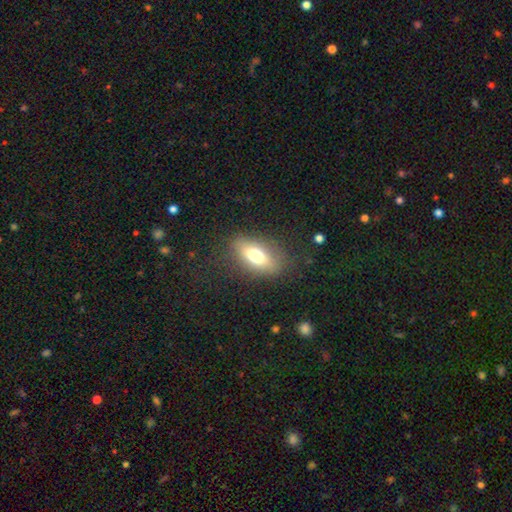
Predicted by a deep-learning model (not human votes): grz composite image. It shows a smooth galaxy with no disk features (68%) that is in between round and cigar-shaped (79%). Merging: none (80%).